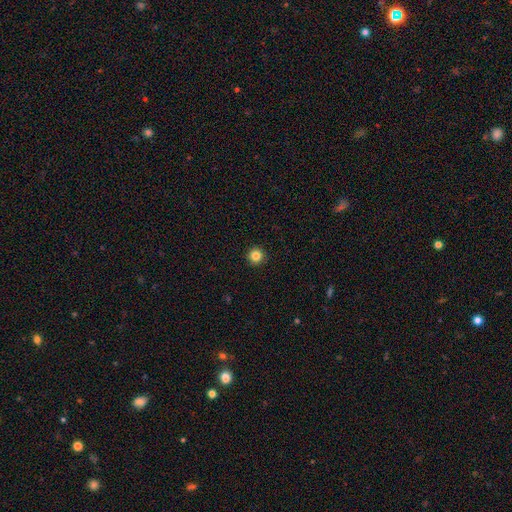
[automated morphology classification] Smooth or featured? Predicted: smooth (p=0.84). How rounded? Predicted: round (p=0.96). Merging? Predicted: none (p=0.94).